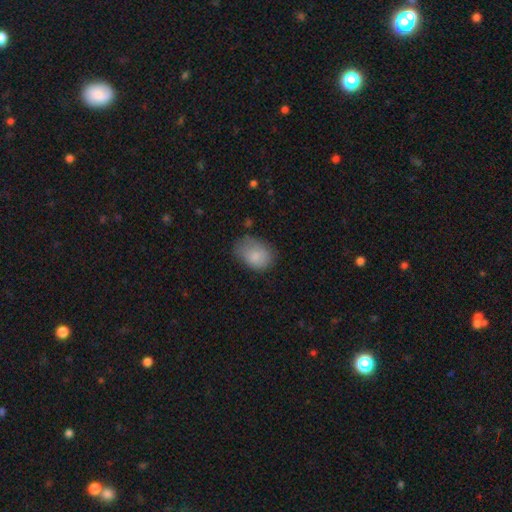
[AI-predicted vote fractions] smooth_or_featured: smooth (p=0.81) [alt: featured or disk p=0.11]
how_rounded: in between (p=0.73) [alt: round p=0.26]
merging: none (p=0.47) [alt: minor disturbance p=0.37]